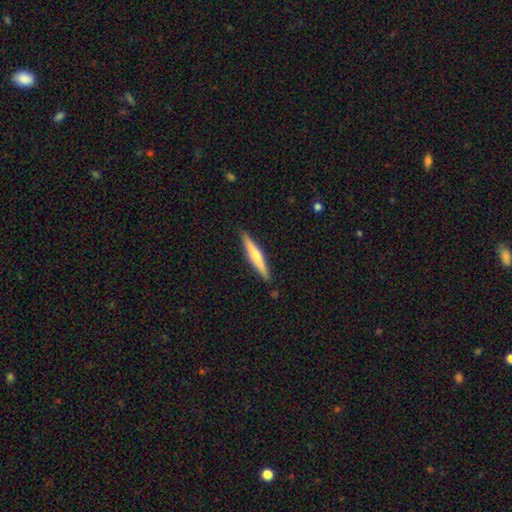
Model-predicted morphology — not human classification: Smooth or featured? Predicted: smooth (p=0.48). Merging? Predicted: none (p=0.89).